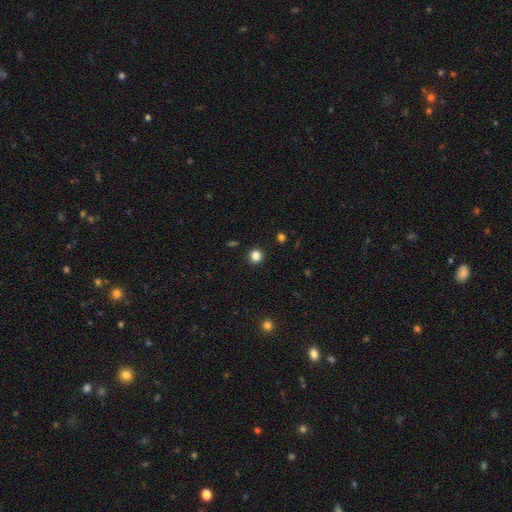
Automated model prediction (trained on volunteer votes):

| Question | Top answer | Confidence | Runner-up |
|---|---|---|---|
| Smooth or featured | smooth | 84% | star or artifact (12%) |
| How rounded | round | 88% | in between (11%) |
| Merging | none | 92% | minor disturbance (5%) |